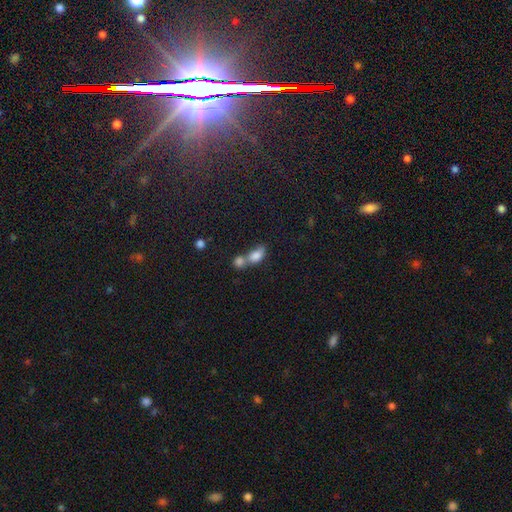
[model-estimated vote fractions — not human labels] Smooth or featured: smooth — 80% (featured or disk — 11%)
How rounded: in between — 79% (round — 15%)
Merging: merger — 65% (none — 22%)